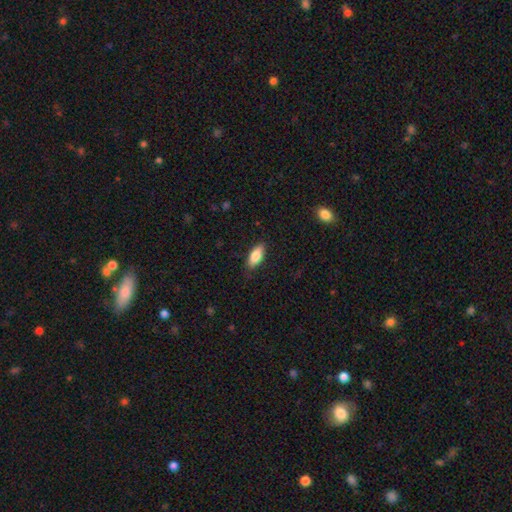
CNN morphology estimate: Smooth or featured: smooth — 82% (featured or disk — 12%)
How rounded: in between — 84% (cigar-shaped — 13%)
Merging: none — 83% (minor disturbance — 14%)